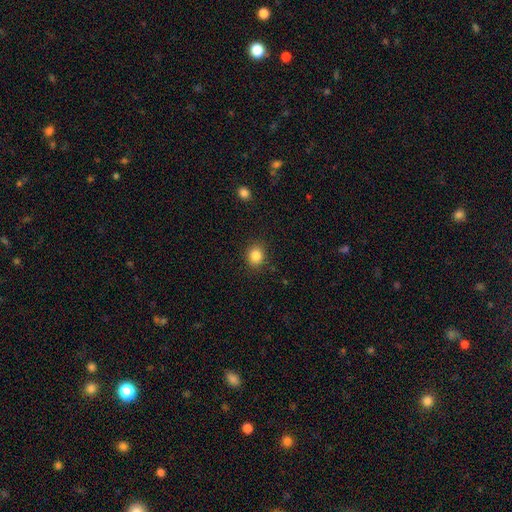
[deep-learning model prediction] Morphology: type=smooth (85%); roundness=round (74%); merging=none (89%).